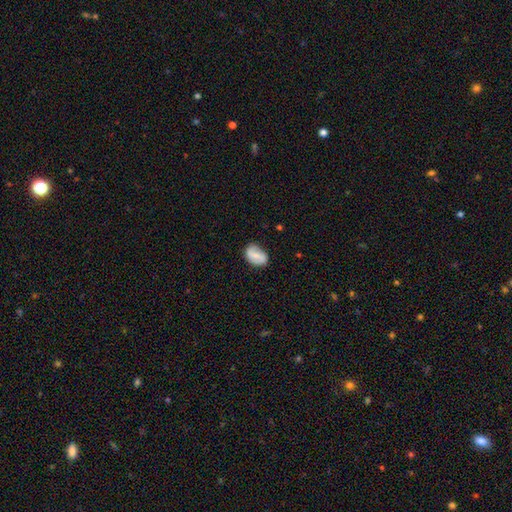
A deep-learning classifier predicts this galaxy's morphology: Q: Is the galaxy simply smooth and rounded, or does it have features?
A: smooth — 56%.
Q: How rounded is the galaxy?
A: in between — 82%.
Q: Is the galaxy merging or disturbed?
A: none — 71%.